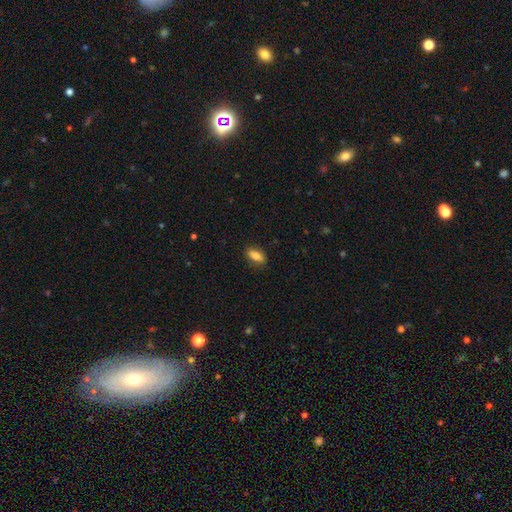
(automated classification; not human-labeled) Smooth or featured: smooth — 81% (featured or disk — 12%)
How rounded: in between — 81% (cigar-shaped — 15%)
Merging: none — 87% (minor disturbance — 10%)